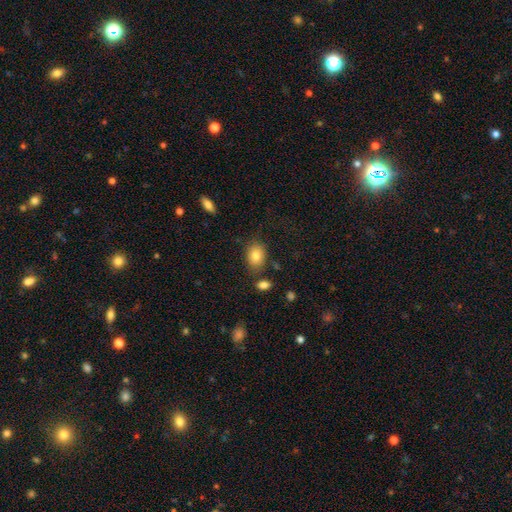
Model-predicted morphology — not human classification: smooth_or_featured: smooth (p=0.82) [alt: featured or disk p=0.09]
how_rounded: in between (p=0.73) [alt: round p=0.26]
merging: none (p=0.75) [alt: minor disturbance p=0.15]